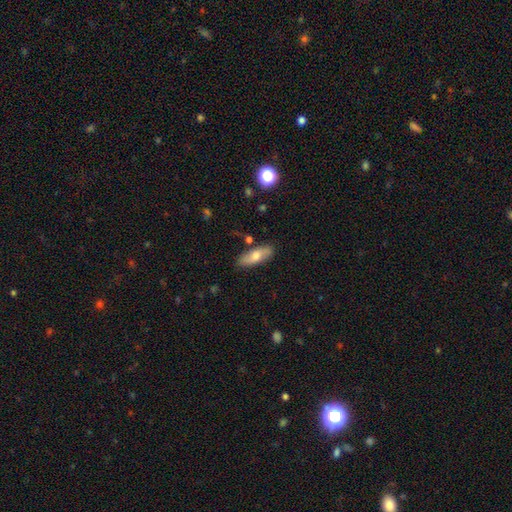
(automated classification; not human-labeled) Smooth or featured? Predicted: smooth (p=0.66). How rounded? Predicted: in between (p=0.70). Merging? Predicted: none (p=0.83).